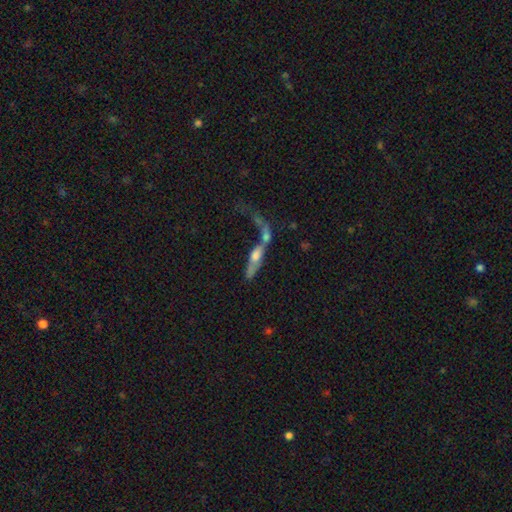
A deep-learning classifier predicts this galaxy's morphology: A featured or disk galaxy (51%) viewed edge-on (55%). Merging: merger (48%).